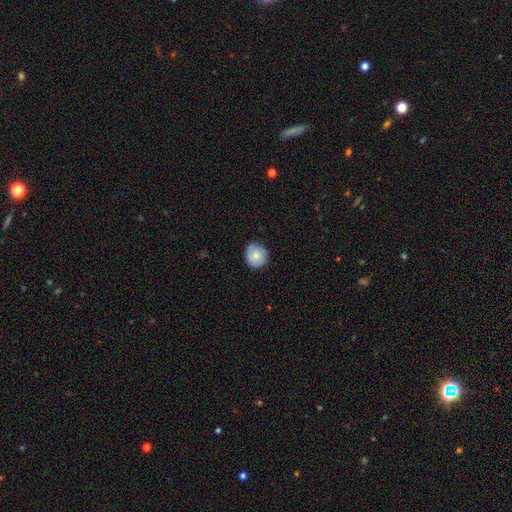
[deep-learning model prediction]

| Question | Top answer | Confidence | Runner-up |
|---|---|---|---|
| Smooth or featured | smooth | 59% | featured or disk (34%) |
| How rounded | round | 86% | in between (13%) |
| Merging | none | 78% | minor disturbance (18%) |